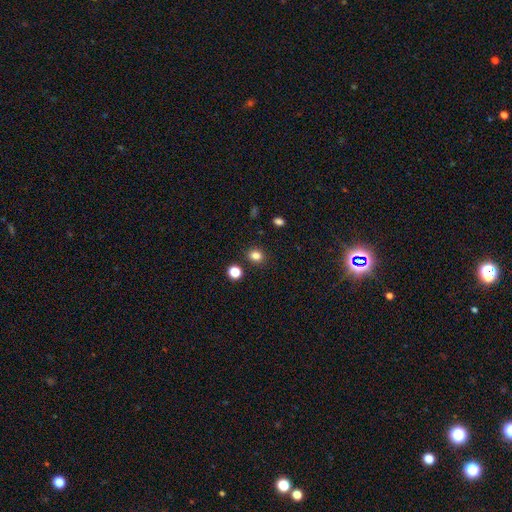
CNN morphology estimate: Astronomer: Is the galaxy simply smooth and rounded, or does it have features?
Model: smooth — 81%.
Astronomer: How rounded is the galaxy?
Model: round — 72%.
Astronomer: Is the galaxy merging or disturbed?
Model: none — 88%.